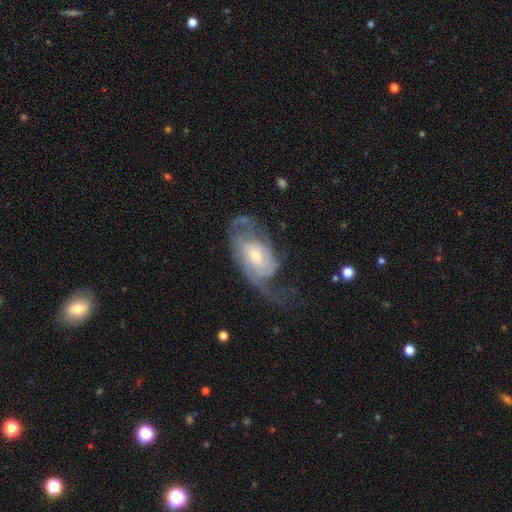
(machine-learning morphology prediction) featured or disk 80%, smooth 15%, star or artifact 6%. Down the decision tree: edge-on disk — no (95%); bar — no (60%); spiral arms — yes (90%); spiral arm count — 2 (47%); spiral winding — medium (40%); bulge size — moderate (49%); merging — none (45%).